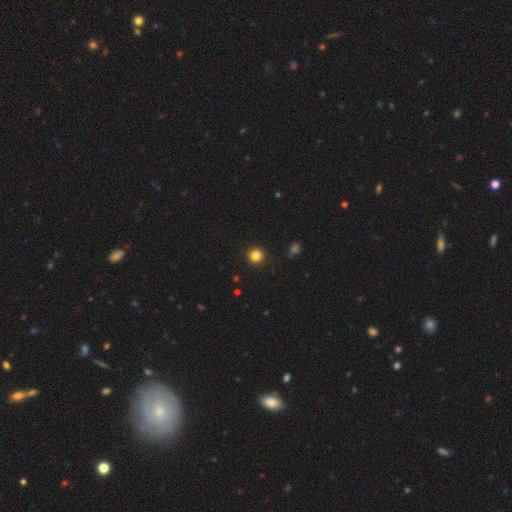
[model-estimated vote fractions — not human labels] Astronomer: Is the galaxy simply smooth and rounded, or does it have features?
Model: smooth — 83%.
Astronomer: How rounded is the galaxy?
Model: round — 95%.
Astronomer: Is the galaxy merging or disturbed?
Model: none — 92%.